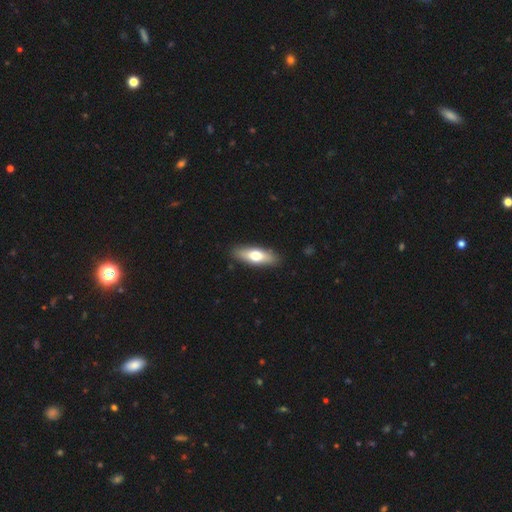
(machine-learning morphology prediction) Smooth or featured? smooth (64%)
How rounded? in between (59%)
Merging? none (89%)